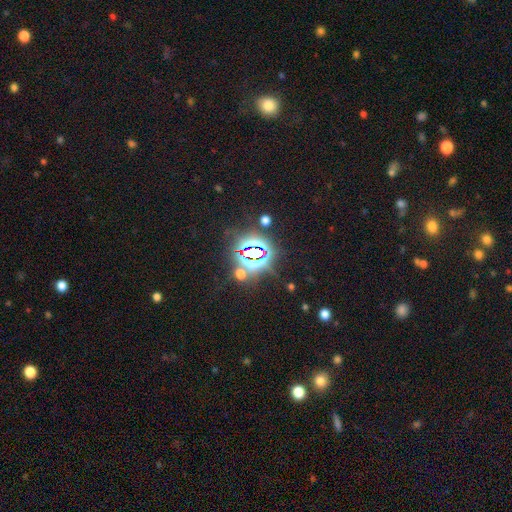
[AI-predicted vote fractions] Q: Smooth or featured?
A: star or artifact (81%); runner-up: smooth (12%)